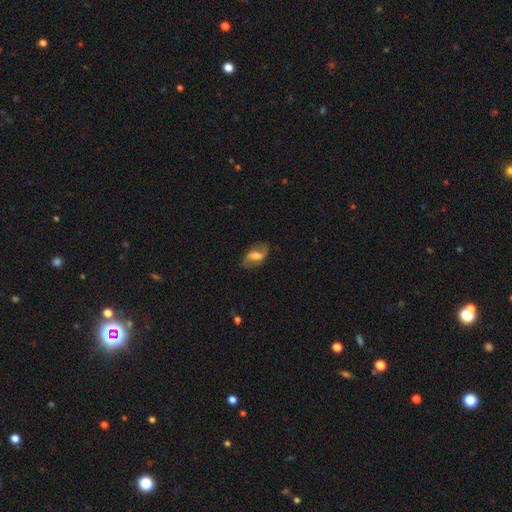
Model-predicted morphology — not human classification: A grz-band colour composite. It shows a featured or disk galaxy (63%) with a weak bar (45%), 2 (88%) loose (56%) spiral arms (85%) and a moderate central bulge (34%). Merging: none (74%).